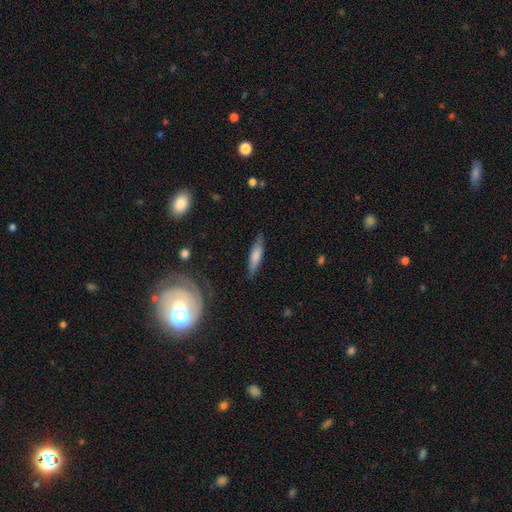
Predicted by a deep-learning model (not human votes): Smooth or featured? smooth (71%)
How rounded? cigar-shaped (74%)
Merging? none (83%)